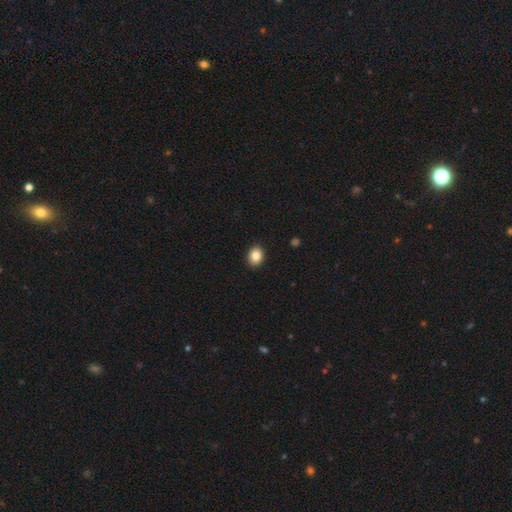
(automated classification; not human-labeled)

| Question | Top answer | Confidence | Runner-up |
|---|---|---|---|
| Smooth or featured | smooth | 85% | star or artifact (9%) |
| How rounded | round | 54% | in between (45%) |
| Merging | none | 91% | minor disturbance (6%) |